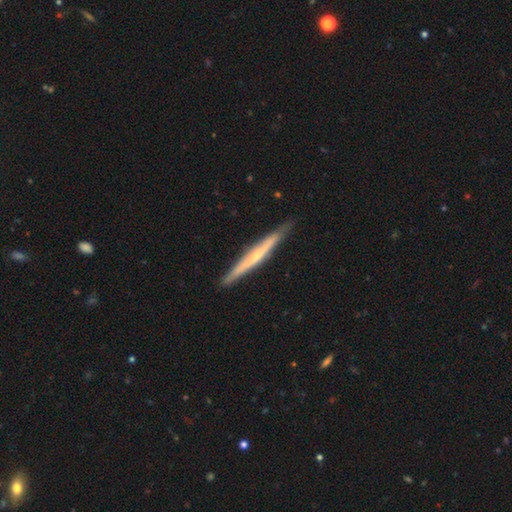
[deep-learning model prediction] The model was most divided on "edge-on bulge": none: 52%, rounded: 41%, boxy: 7%. More confident: edge-on disk — yes (97%); merging — none (89%); smooth or featured — featured or disk (62%).